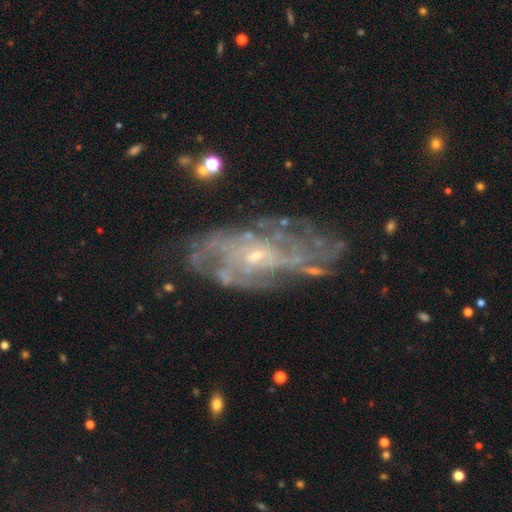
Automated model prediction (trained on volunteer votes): Smooth or featured?
  - featured or disk: 84% *
  - smooth: 8%
  - star or artifact: 7%
Edge-on disk?
  - no: 92% *
  - yes: 8%
Bar?
  - no: 70% *
  - weak: 24%
  - strong: 6%
Spiral arms?
  - yes: 89% *
  - no: 11%
Spiral winding?
  - tight: 58% *
  - medium: 31%
  - loose: 11%
Spiral arm count?
  - can't tell: 47% *
  - 4: 14%
  - more than 4: 12%
  - 2: 11%
  - 3: 10%
  - 1: 6%
Bulge size?
  - small: 78% *
  - moderate: 17%
  - none: 3%
  - large: 1%
  - dominant: 1%
Merging?
  - none: 73% *
  - minor disturbance: 17%
  - major disturbance: 8%
  - merger: 2%